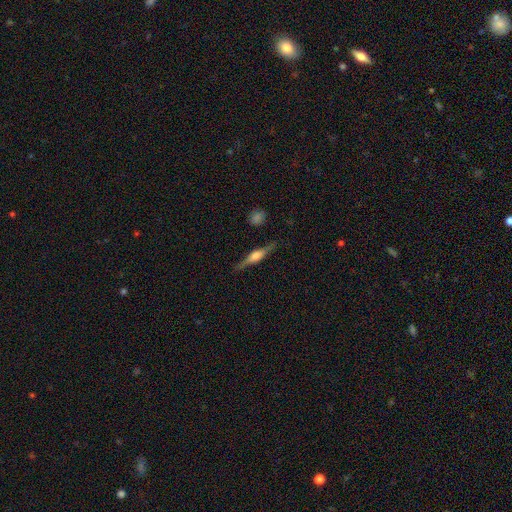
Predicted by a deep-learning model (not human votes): Morphology: type=featured or disk (73%); edge-on=yes (97%); edge-on bulge=rounded (75%); merging=none (85%).